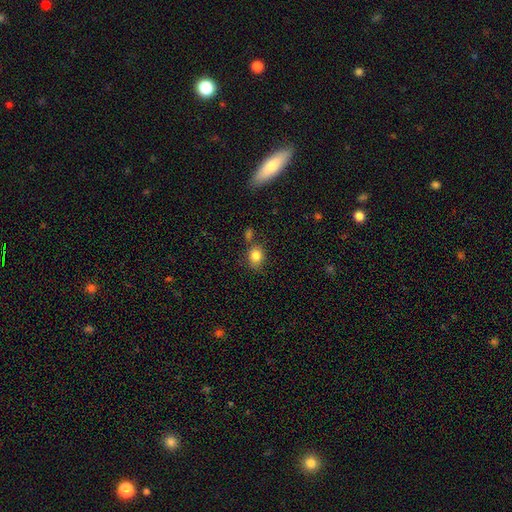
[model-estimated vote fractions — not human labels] smooth-or-featured: smooth: 84% | star or artifact: 10% | featured or disk: 6%
  how-rounded: round: 55% | in between: 44% | cigar-shaped: 1%
  merging: none: 69% | minor disturbance: 15% | merger: 11% | major disturbance: 4%